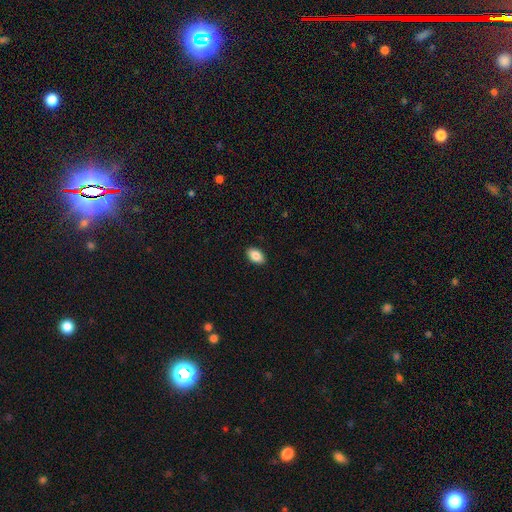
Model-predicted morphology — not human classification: smooth_or_featured: smooth (p=0.87) [alt: star or artifact p=0.07]
how_rounded: in between (p=0.92) [alt: round p=0.07]
merging: none (p=0.90) [alt: minor disturbance p=0.07]